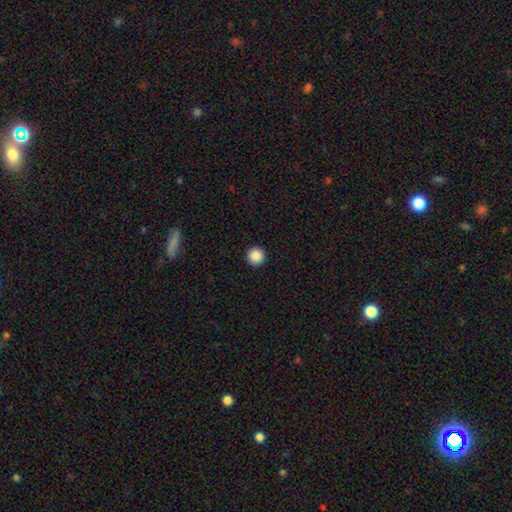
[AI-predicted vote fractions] smooth_or_featured: smooth (p=0.88) [alt: star or artifact p=0.10]
how_rounded: round (p=0.97) [alt: in between p=0.02]
merging: none (p=0.94) [alt: minor disturbance p=0.04]